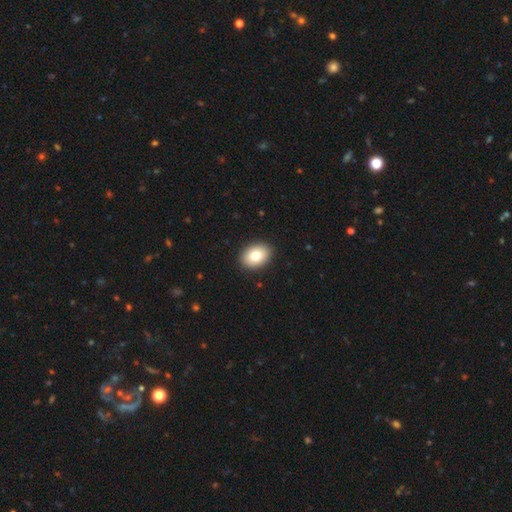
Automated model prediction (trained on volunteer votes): This is clearly a smooth galaxy (81%). How rounded: likely in between (76%). Merging: clearly none (91%).